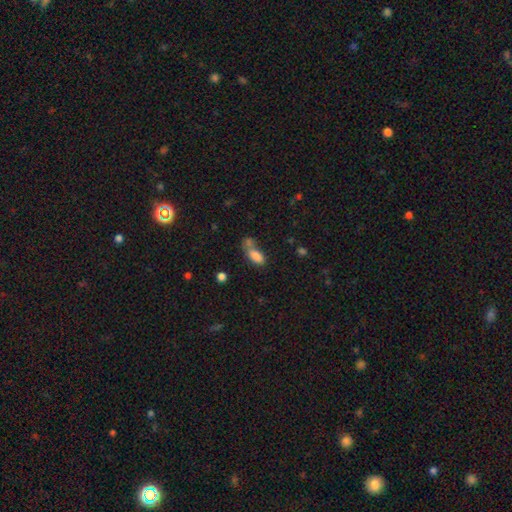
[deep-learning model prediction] Q: Smooth or featured?
A: smooth (81%); runner-up: star or artifact (10%)
Q: How rounded?
A: in between (86%); runner-up: cigar-shaped (9%)
Q: Merging?
A: merger (37%); runner-up: none (34%)